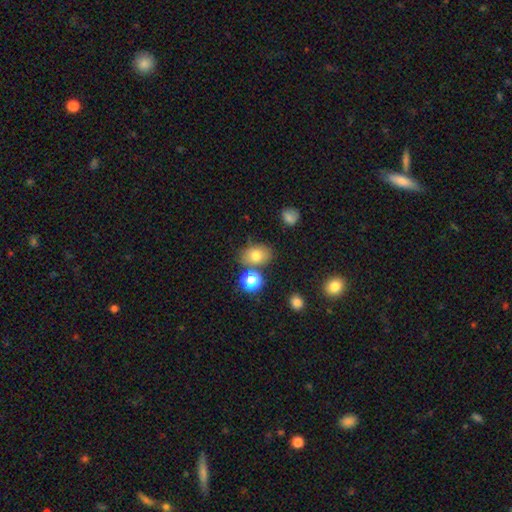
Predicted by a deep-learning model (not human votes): smooth-or-featured: smooth: 74% | star or artifact: 14% | featured or disk: 12%
  how-rounded: in between: 66% | round: 33% | cigar-shaped: 1%
  merging: none: 71% | minor disturbance: 13% | merger: 12% | major disturbance: 4%